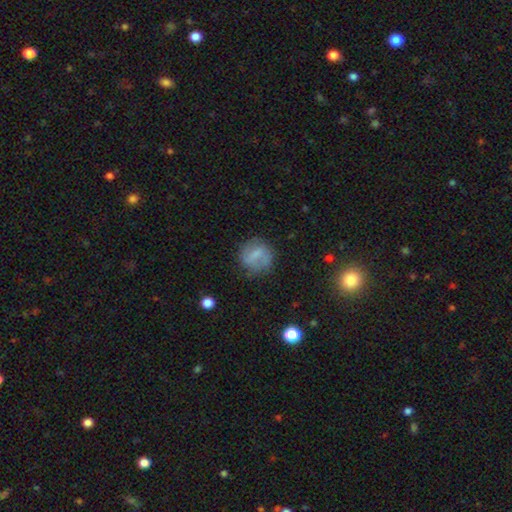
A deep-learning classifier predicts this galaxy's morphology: type=smooth (57%); roundness=round (77%); merging=none (69%).